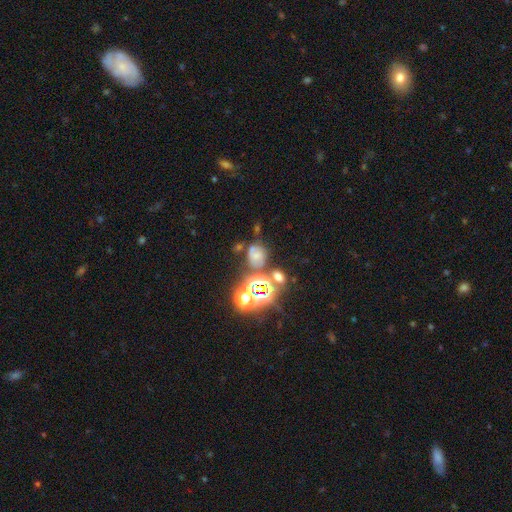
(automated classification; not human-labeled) This is marginally a smooth galaxy (41%). Merging: possibly none (50%).